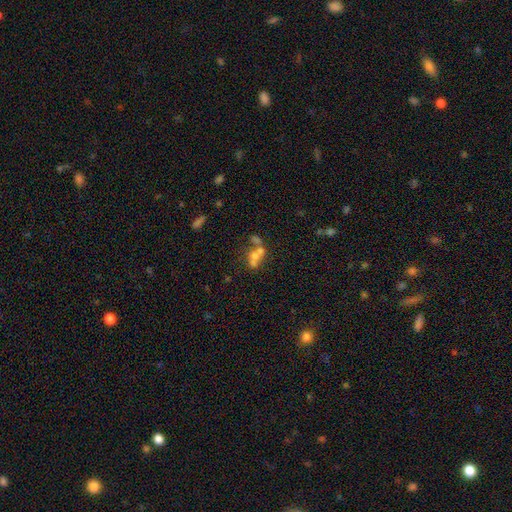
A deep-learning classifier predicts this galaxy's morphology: Smooth or featured: smooth — 48% (featured or disk — 34%)
Merging: merger — 57% (none — 26%)